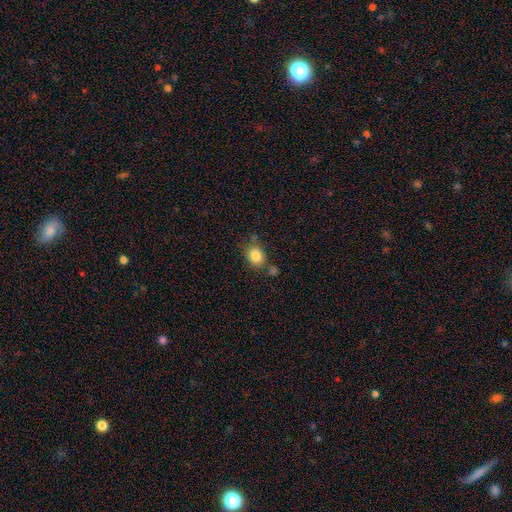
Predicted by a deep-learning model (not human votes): This is clearly a smooth galaxy (84%). How rounded: possibly round (55%). Merging: likely none (69%).